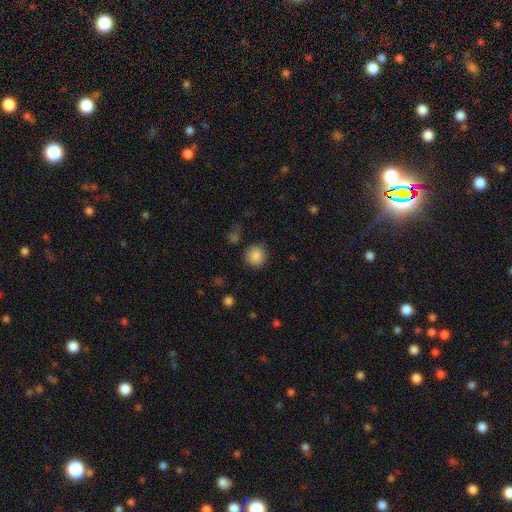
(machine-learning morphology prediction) smooth_or_featured: smooth (p=0.87) [alt: star or artifact p=0.10]
how_rounded: round (p=0.91) [alt: in between p=0.08]
merging: none (p=0.83) [alt: minor disturbance p=0.11]